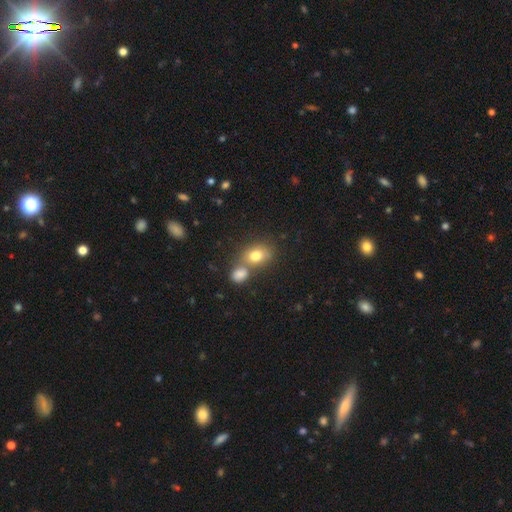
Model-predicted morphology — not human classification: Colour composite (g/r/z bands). It shows a smooth galaxy with no disk features (78%) that is in between round and cigar-shaped (61%). Merging: none (45%).